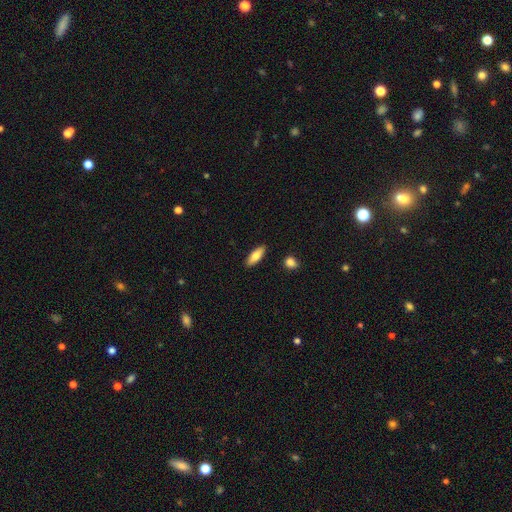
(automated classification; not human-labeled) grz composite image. It shows a smooth galaxy with no disk features (78%) that is in between round and cigar-shaped (64%). Merging: none (88%).